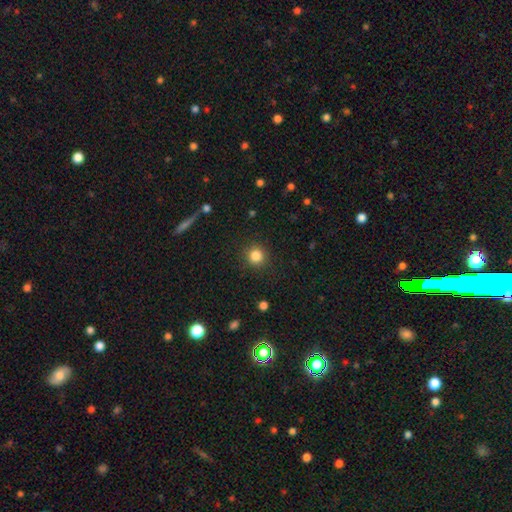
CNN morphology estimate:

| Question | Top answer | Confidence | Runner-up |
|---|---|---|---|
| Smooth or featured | smooth | 84% | star or artifact (11%) |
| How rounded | round | 93% | in between (6%) |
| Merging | none | 90% | minor disturbance (6%) |